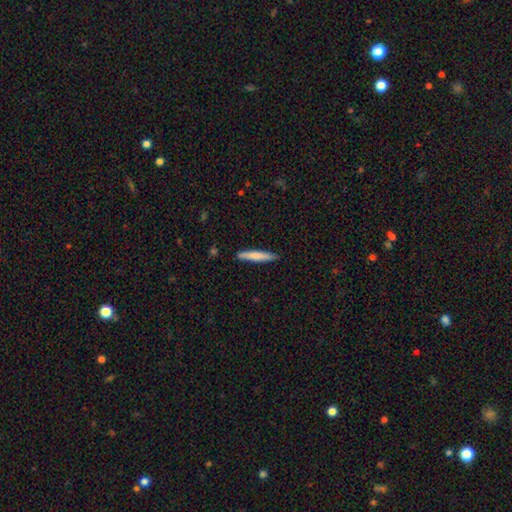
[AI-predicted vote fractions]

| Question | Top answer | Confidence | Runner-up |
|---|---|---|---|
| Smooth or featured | smooth | 73% | featured or disk (21%) |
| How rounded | cigar-shaped | 94% | in between (5%) |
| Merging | none | 89% | minor disturbance (8%) |